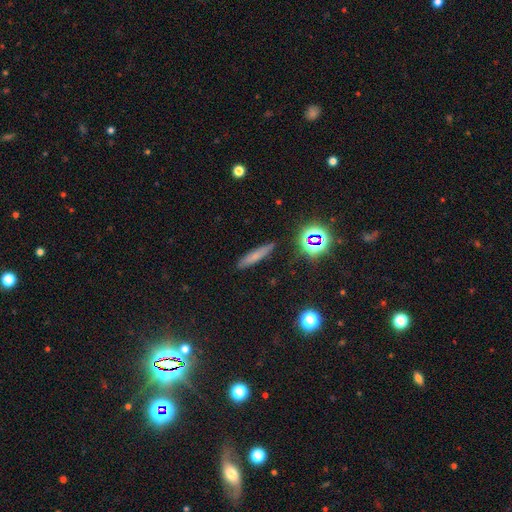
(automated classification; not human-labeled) Smooth or featured?
  - smooth: 64% *
  - featured or disk: 19%
  - star or artifact: 17%
How rounded?
  - cigar-shaped: 86% *
  - in between: 10%
  - round: 4%
Merging?
  - none: 87% *
  - minor disturbance: 9%
  - major disturbance: 2%
  - merger: 2%